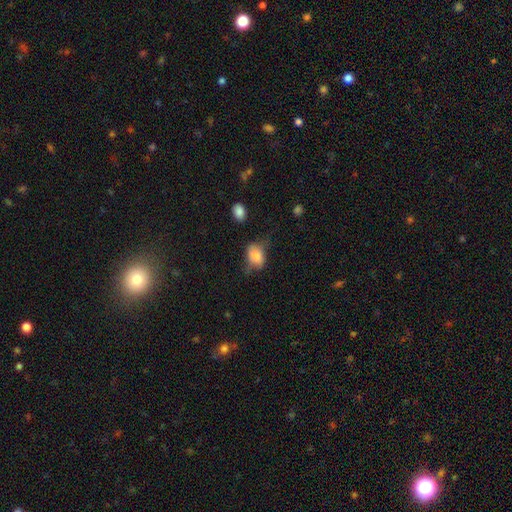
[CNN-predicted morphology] Smooth or featured? smooth (75%)
How rounded? in between (73%)
Merging? none (45%)